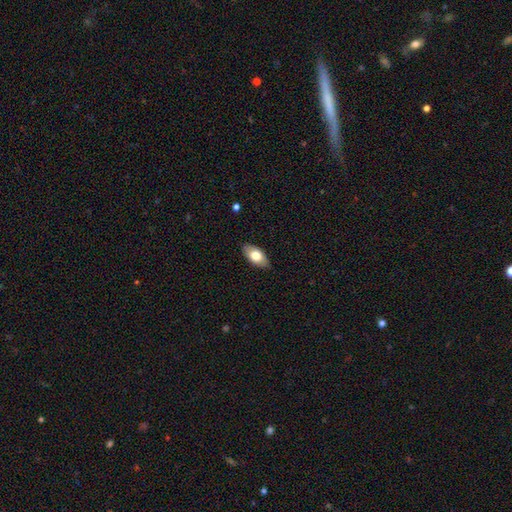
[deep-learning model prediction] smooth_or_featured: smooth (p=0.74) [alt: featured or disk p=0.19]
how_rounded: in between (p=0.92) [alt: cigar-shaped p=0.04]
merging: none (p=0.85) [alt: minor disturbance p=0.12]